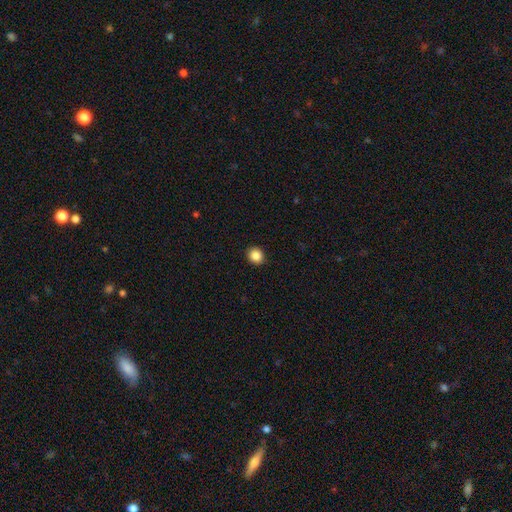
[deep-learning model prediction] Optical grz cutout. It shows a smooth galaxy with no disk features (86%) that is round (77%). Merging: none (92%).